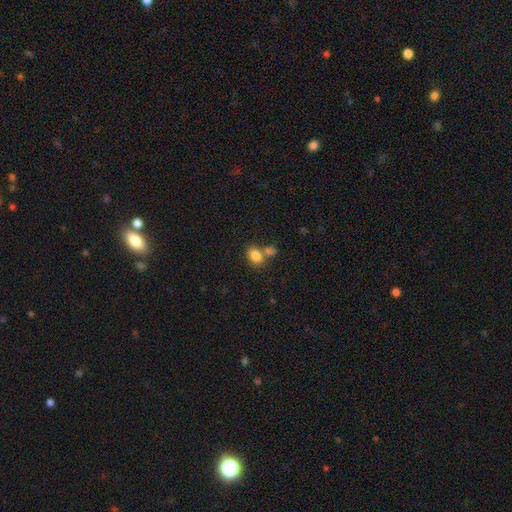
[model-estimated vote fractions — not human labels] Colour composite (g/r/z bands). It shows a smooth galaxy with no disk features (83%) that is in between round and cigar-shaped (74%). Merging: none (52%).